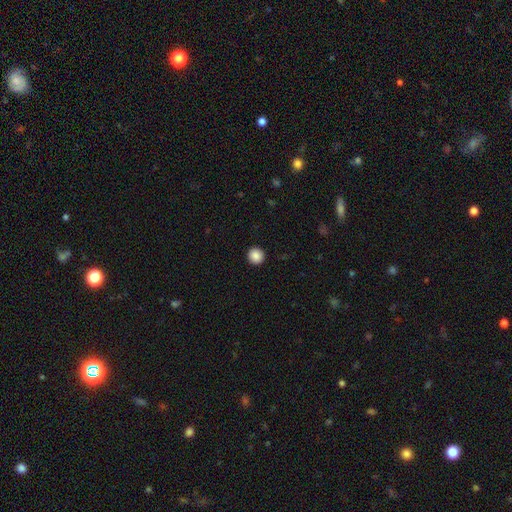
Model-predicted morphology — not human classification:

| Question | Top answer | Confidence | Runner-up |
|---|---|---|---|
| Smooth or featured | smooth | 88% | star or artifact (9%) |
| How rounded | round | 95% | in between (4%) |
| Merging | none | 93% | minor disturbance (4%) |